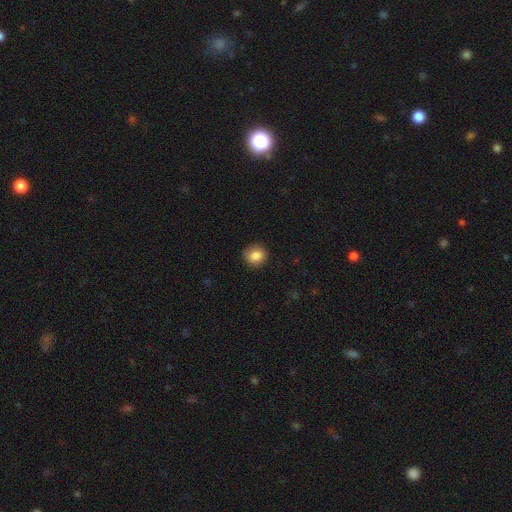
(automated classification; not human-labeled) smooth-or-featured: smooth: 85% | star or artifact: 9% | featured or disk: 6%
  how-rounded: round: 81% | in between: 18% | cigar-shaped: 1%
  merging: none: 85% | minor disturbance: 12% | major disturbance: 3% | merger: 1%